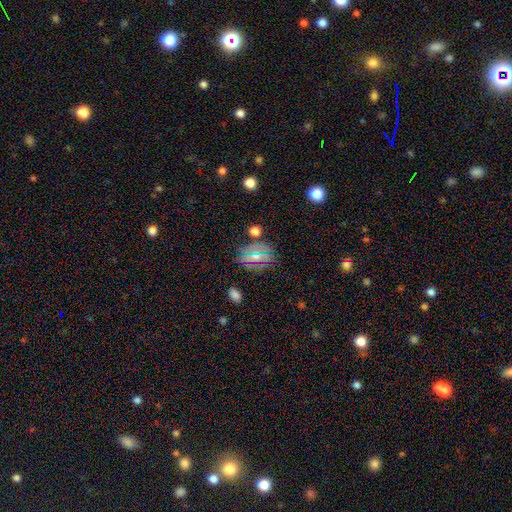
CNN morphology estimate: smooth-or-featured: smooth: 47% | featured or disk: 27% | star or artifact: 26%
  merging: none: 77% | minor disturbance: 14% | major disturbance: 5% | merger: 4%